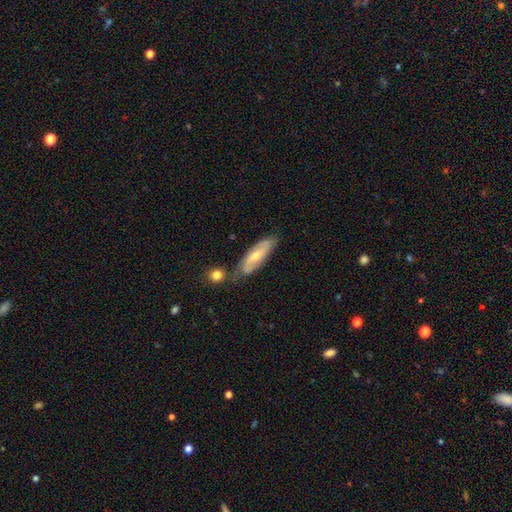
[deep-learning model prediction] The model was most divided on "smooth or featured": featured or disk: 59%, smooth: 35%, star or artifact: 6%. More confident: edge-on disk — no (73%); merging — none (62%).